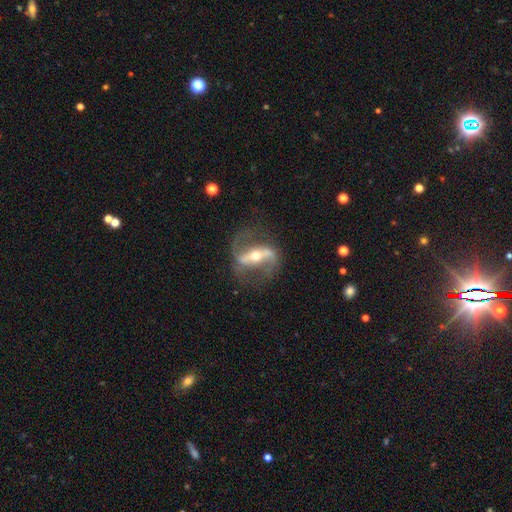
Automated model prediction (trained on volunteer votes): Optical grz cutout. It shows a featured or disk galaxy (90%) with a strong bar (66%), 2 (92%) loose (49%) spiral arms (94%) and a moderate central bulge (52%). Merging: none (75%).